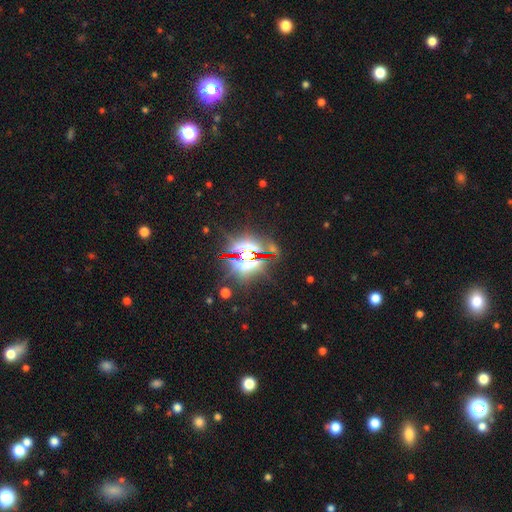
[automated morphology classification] This is clearly a star or artifact rather than a galaxy (81%).